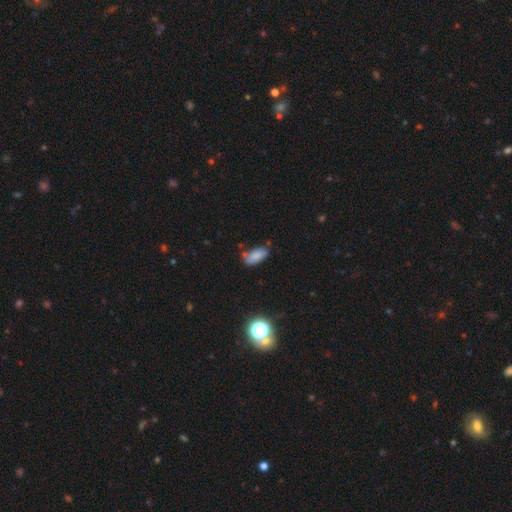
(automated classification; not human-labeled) Q: Smooth or featured?
A: smooth (81%); runner-up: star or artifact (11%)
Q: How rounded?
A: in between (85%); runner-up: cigar-shaped (12%)
Q: Merging?
A: none (60%); runner-up: minor disturbance (27%)